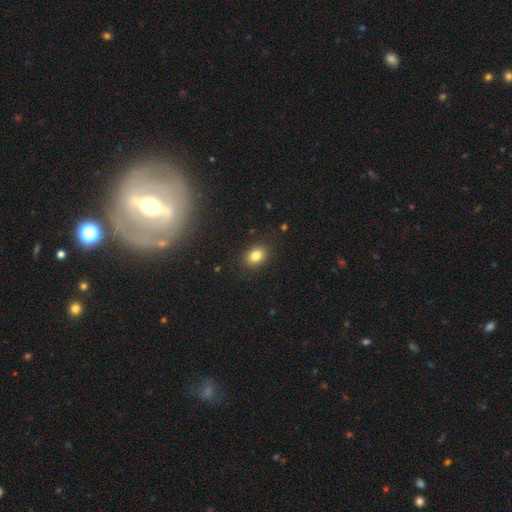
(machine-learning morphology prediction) smooth-or-featured: smooth: 82% | star or artifact: 11% | featured or disk: 7%
  how-rounded: in between: 63% | round: 36% | cigar-shaped: 1%
  merging: none: 87% | minor disturbance: 9% | major disturbance: 2% | merger: 1%